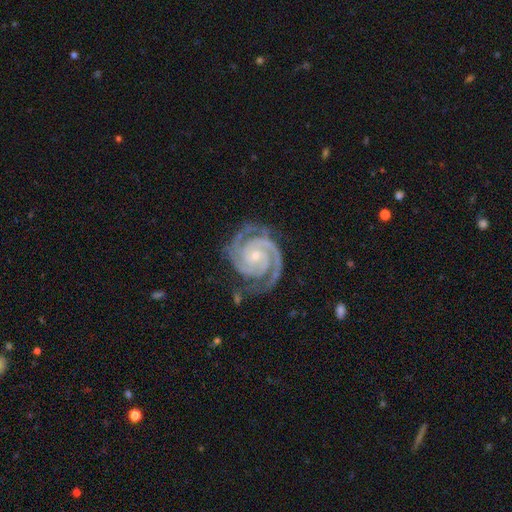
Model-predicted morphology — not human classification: Overall: featured or disk (94%). Edge-on disk: no (98%). Bar: no (71%). Spiral arms: yes (99%). Spiral arm count: 2 (56%; 3 28%). Spiral winding: tight (74%). Bulge size: small (72%). Merging: none (75%).